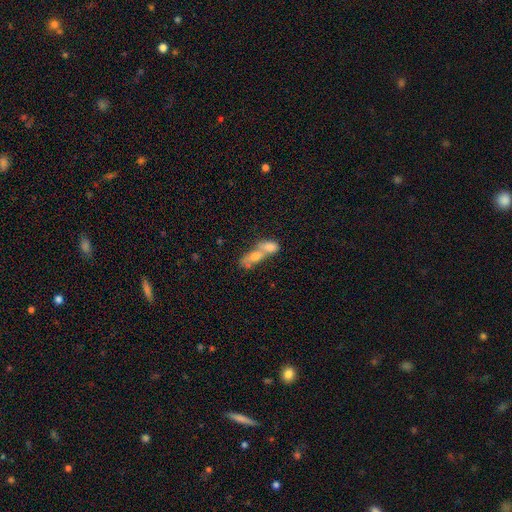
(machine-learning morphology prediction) This appears to be a smooth galaxy with no disk features (60%) that is in between round and cigar-shaped (67%). Merging: merger (77%).